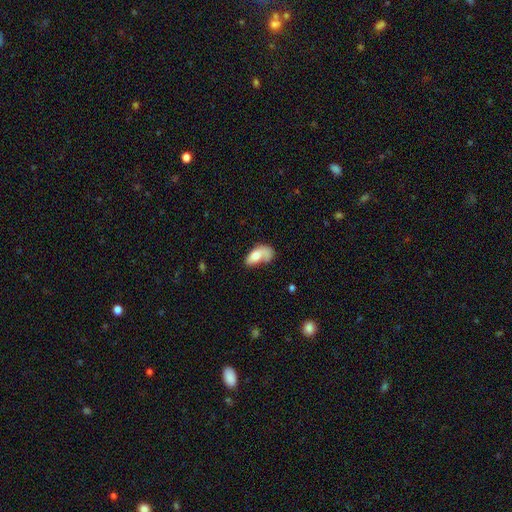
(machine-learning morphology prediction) This appears to be a smooth galaxy with no disk features (65%) that is in between round and cigar-shaped (89%). Merging: major disturbance (33%).